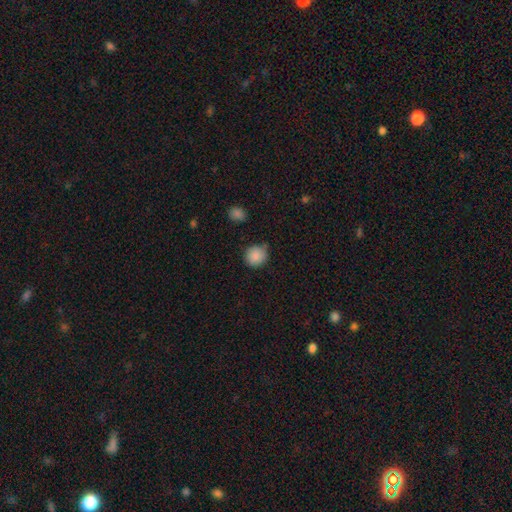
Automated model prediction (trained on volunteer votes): Smooth or featured?
  - smooth: 87% *
  - star or artifact: 9%
  - featured or disk: 4%
How rounded?
  - round: 90% *
  - in between: 9%
  - cigar-shaped: 1%
Merging?
  - none: 76% *
  - minor disturbance: 17%
  - major disturbance: 3%
  - merger: 3%